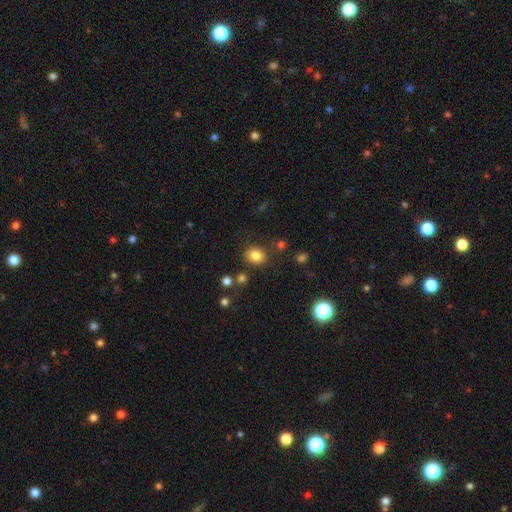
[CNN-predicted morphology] Smooth or featured: smooth — 83% (star or artifact — 12%)
How rounded: round — 56% (in between — 44%)
Merging: none — 79% (minor disturbance — 11%)